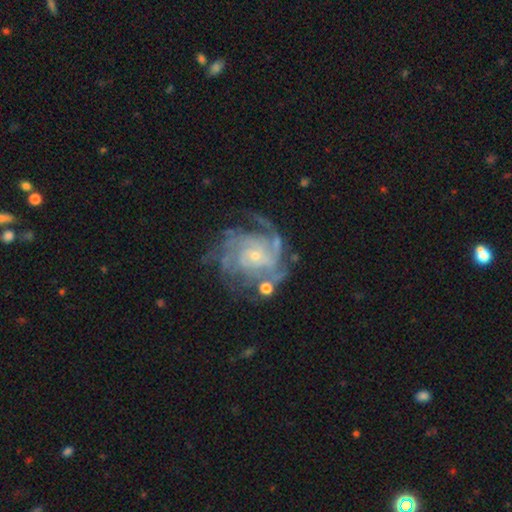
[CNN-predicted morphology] This appears to be a featured or disk galaxy (89%) with no bar (71%), 4 (33%) tight (62%) spiral arms (97%) and a small central bulge (80%). Merging: none (63%).